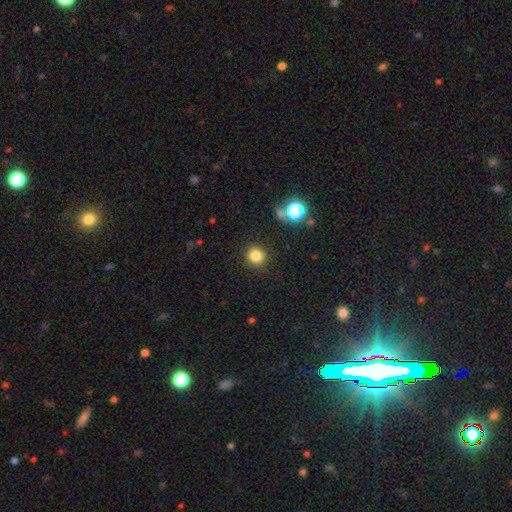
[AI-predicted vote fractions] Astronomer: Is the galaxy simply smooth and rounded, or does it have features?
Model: smooth — 82%.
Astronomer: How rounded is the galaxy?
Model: round — 88%.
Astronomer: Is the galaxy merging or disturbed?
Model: none — 90%.